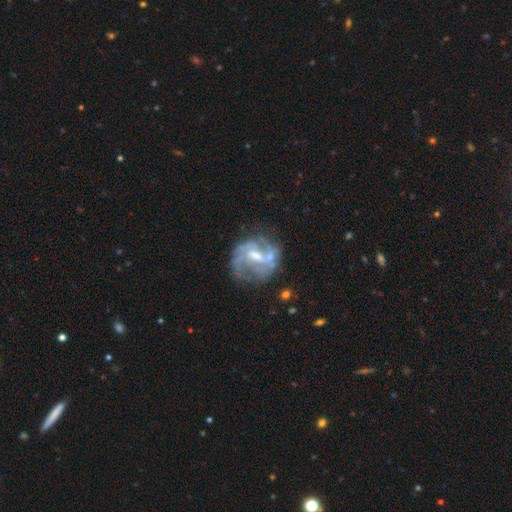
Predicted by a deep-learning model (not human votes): Smooth or featured: featured or disk — 82% (smooth — 11%)
Edge-on disk: no — 98% (yes — 2%)
Bar: weak — 54% (strong — 23%)
Spiral arms: yes — 85% (no — 15%)
Spiral winding: medium — 46% (tight — 32%)
Spiral arm count: 2 — 44% (can't tell — 25%)
Bulge size: moderate — 55% (small — 31%)
Merging: none — 54% (minor disturbance — 21%)